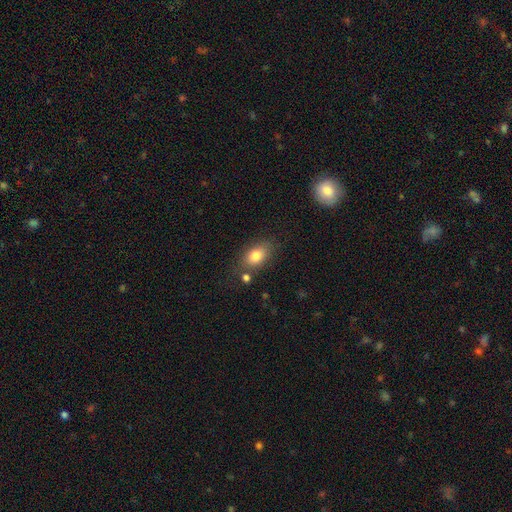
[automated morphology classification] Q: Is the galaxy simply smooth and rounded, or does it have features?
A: smooth — 80%.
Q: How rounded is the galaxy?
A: in between — 83%.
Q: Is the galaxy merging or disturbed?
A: none — 71%.